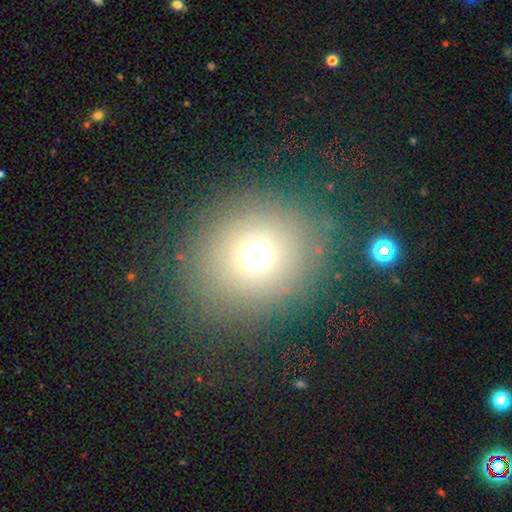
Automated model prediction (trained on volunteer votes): Smooth or featured? smooth (70%)
How rounded? round (80%)
Merging? none (82%)